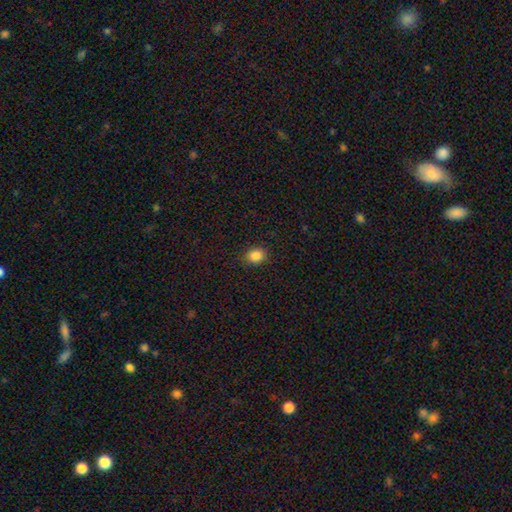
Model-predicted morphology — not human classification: This appears to be a smooth galaxy with no disk features (86%) that is round (60%). Merging: none (89%).